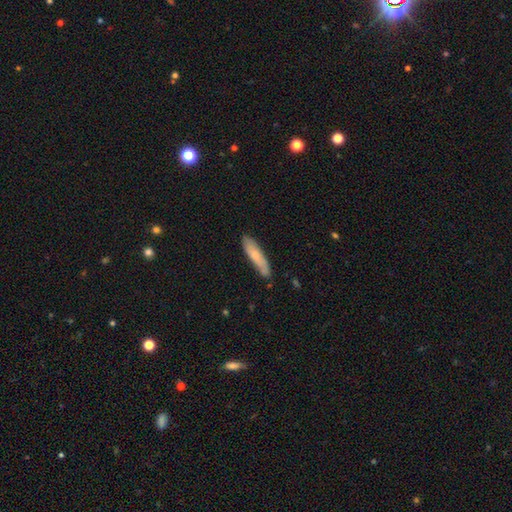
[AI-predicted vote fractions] Smooth or featured: smooth — 70% (featured or disk — 25%)
How rounded: cigar-shaped — 78% (in between — 21%)
Merging: none — 82% (minor disturbance — 14%)